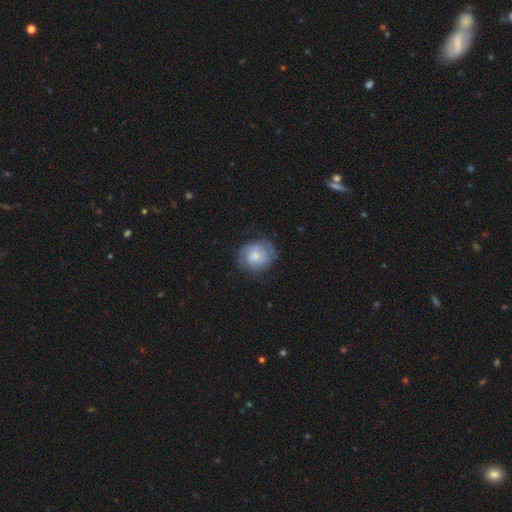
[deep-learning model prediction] The model was most divided on "smooth or featured": smooth: 47%, featured or disk: 45%, star or artifact: 7%. More confident: merging — none (69%).